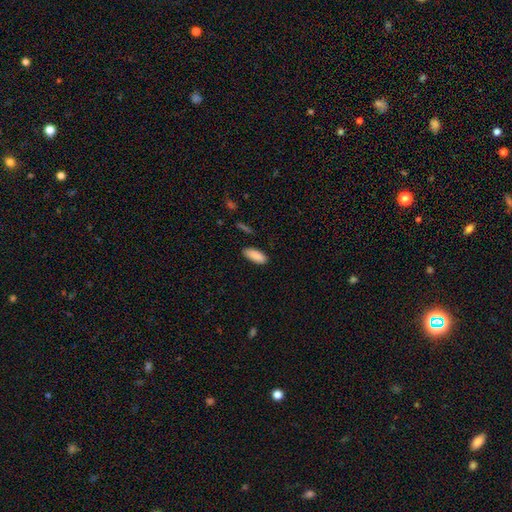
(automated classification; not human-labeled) A smooth galaxy with no disk features (90%) that is in between round and cigar-shaped (81%).

Vote fractions:
- Smooth or featured? smooth: 90% / star or artifact: 7% / featured or disk: 4%
- How rounded? in between: 81% / cigar-shaped: 18% / round: 2%
- Merging? none: 86% / minor disturbance: 10% / major disturbance: 2% / merger: 2%